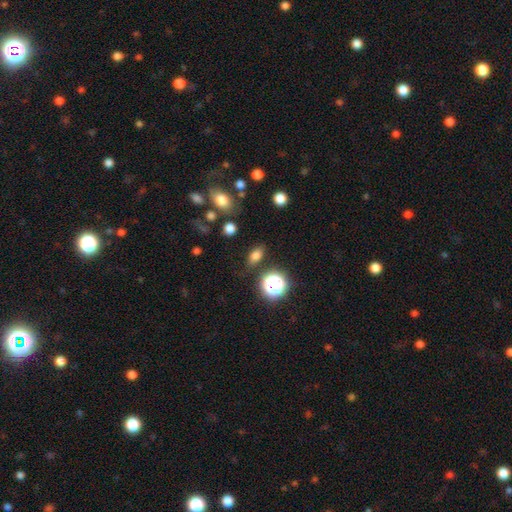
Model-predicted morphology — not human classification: A smooth galaxy with no disk features (76%) that is in between round and cigar-shaped (78%).

Vote fractions:
- Smooth or featured? smooth: 76% / star or artifact: 16% / featured or disk: 8%
- How rounded? in between: 78% / round: 18% / cigar-shaped: 5%
- Merging? none: 80% / minor disturbance: 12% / major disturbance: 4% / merger: 3%